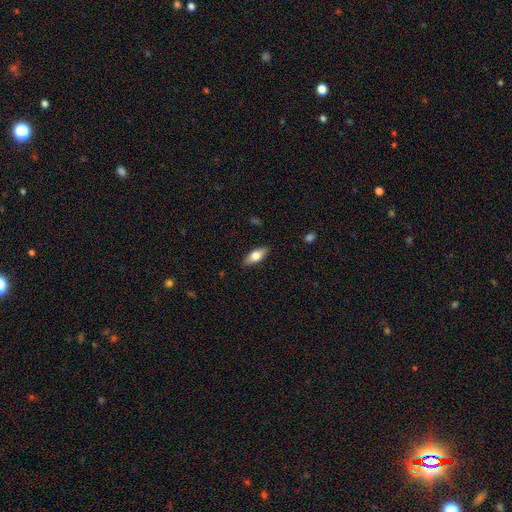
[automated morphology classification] This appears to be a smooth galaxy with no disk features (64%) that is in between round and cigar-shaped (76%). Merging: none (87%).